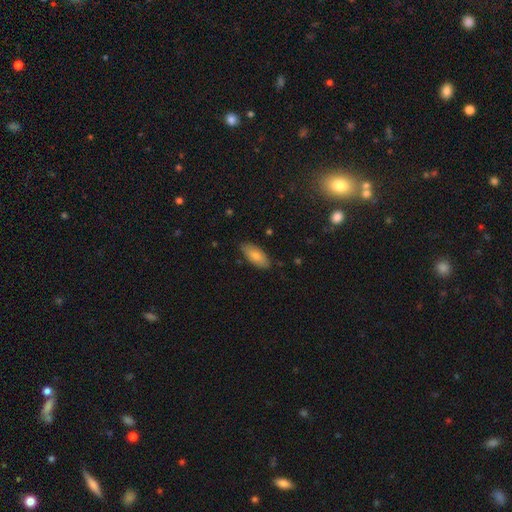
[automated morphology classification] This appears to be a smooth galaxy with no disk features (82%) that is in between round and cigar-shaped (87%). Merging: none (81%).